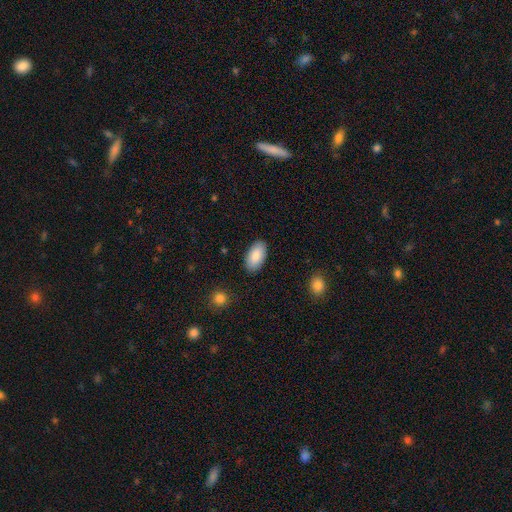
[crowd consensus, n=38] smooth 87%, featured or disk 11%, star or artifact 3%. Down the decision tree: how rounded — in between (94%); merging — none (78%).